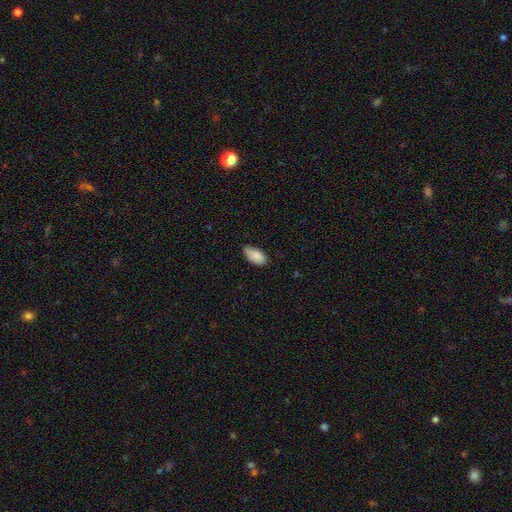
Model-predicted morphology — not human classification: smooth-or-featured: smooth: 88% | star or artifact: 6% | featured or disk: 6%
  how-rounded: in between: 94% | cigar-shaped: 4% | round: 2%
  merging: none: 71% | minor disturbance: 24% | major disturbance: 3% | merger: 1%